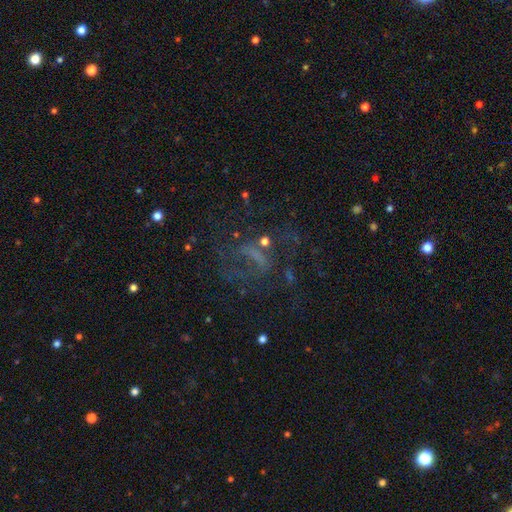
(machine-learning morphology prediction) This appears to be a featured or disk galaxy (51%). Merging: none (48%).